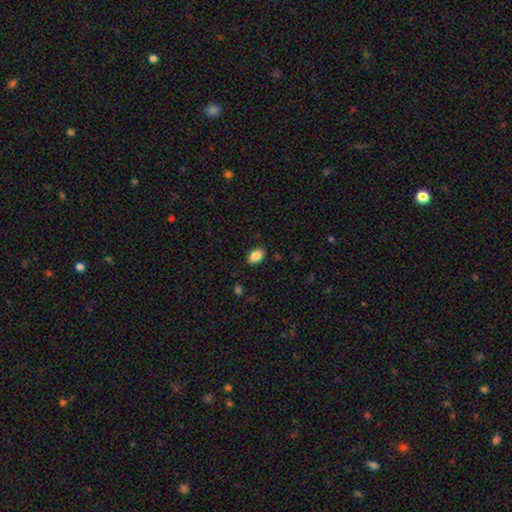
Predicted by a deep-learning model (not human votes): smooth 87%, star or artifact 8%, featured or disk 5%. Down the decision tree: how rounded — in between (82%); merging — none (88%).